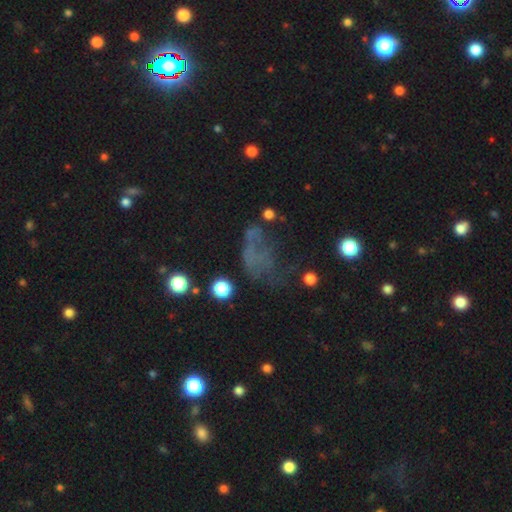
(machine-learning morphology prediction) Smooth or featured? smooth (36%)
Merging? major disturbance (41%)